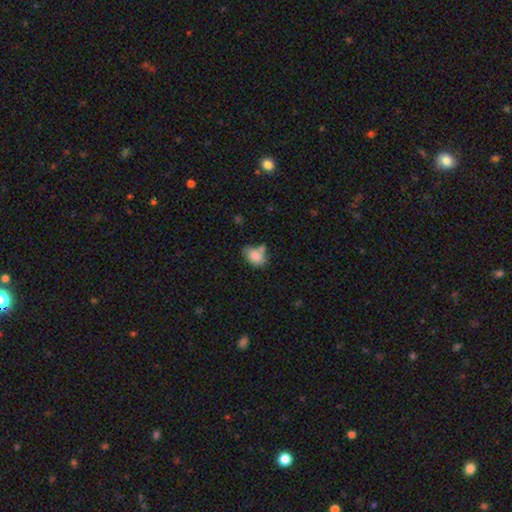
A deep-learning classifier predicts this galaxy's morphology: Smooth or featured?
  - smooth: 82% *
  - featured or disk: 9%
  - star or artifact: 8%
How rounded?
  - in between: 84% *
  - round: 15%
  - cigar-shaped: 1%
Merging?
  - none: 45% *
  - minor disturbance: 26%
  - merger: 20%
  - major disturbance: 9%